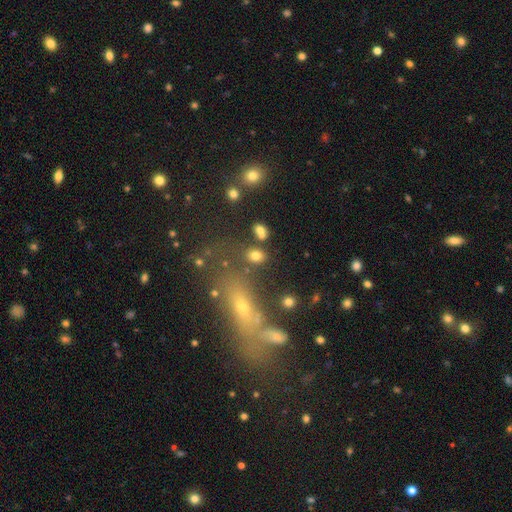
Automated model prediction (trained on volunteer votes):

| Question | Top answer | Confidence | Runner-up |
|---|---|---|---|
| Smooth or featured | smooth | 76% | star or artifact (14%) |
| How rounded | in between | 75% | round (22%) |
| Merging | none | 70% | merger (13%) |